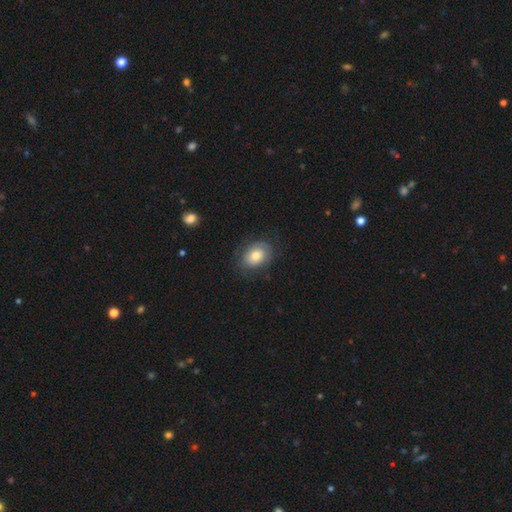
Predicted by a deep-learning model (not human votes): This is likely a smooth galaxy (62%). How rounded: likely in between (67%). Merging: likely none (71%).